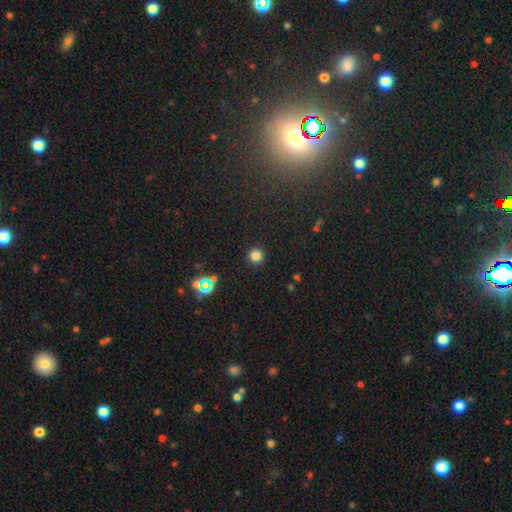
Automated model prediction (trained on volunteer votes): smooth-or-featured: smooth: 81% | star or artifact: 15% | featured or disk: 4%
  how-rounded: round: 95% | in between: 4% | cigar-shaped: 1%
  merging: none: 91% | minor disturbance: 5% | major disturbance: 2% | merger: 1%